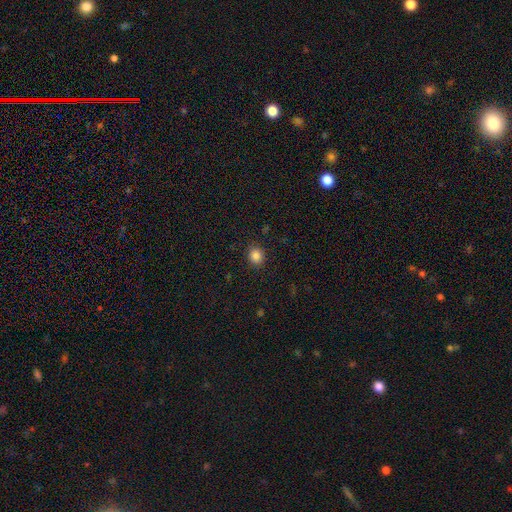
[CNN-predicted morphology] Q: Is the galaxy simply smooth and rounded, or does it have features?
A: smooth — 86%.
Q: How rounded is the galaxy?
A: round — 73%.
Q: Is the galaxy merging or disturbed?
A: none — 89%.